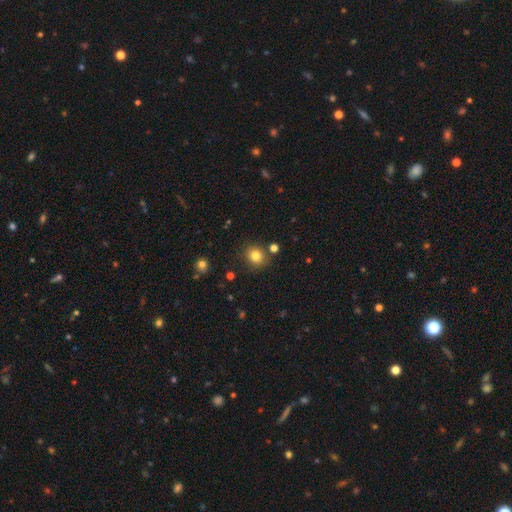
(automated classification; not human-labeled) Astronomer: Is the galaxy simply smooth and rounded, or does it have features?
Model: smooth — 80%.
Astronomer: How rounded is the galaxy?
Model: round — 82%.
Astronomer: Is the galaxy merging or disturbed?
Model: none — 84%.